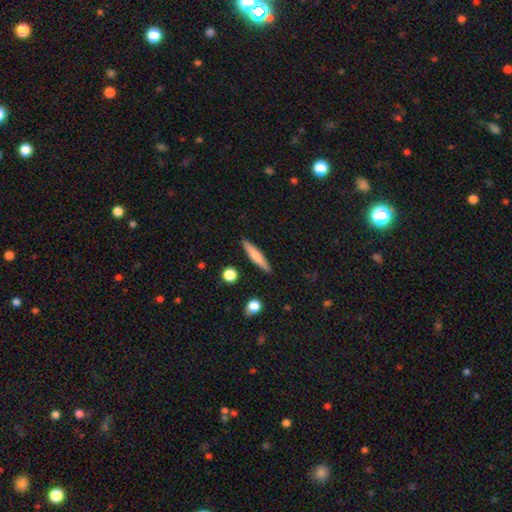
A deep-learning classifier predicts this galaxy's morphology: smooth-or-featured: smooth: 65% | featured or disk: 29% | star or artifact: 6%
  how-rounded: cigar-shaped: 89% | in between: 9% | round: 2%
  merging: none: 89% | minor disturbance: 8% | merger: 2% | major disturbance: 2%